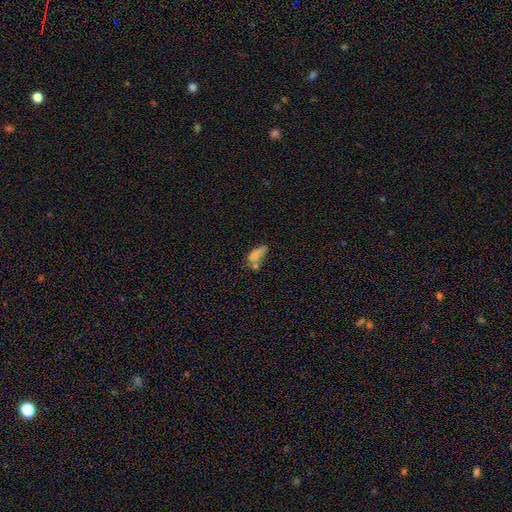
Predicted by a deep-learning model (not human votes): Morphology: type=smooth (68%); roundness=in between (80%); merging=none (31%, tied with merger).